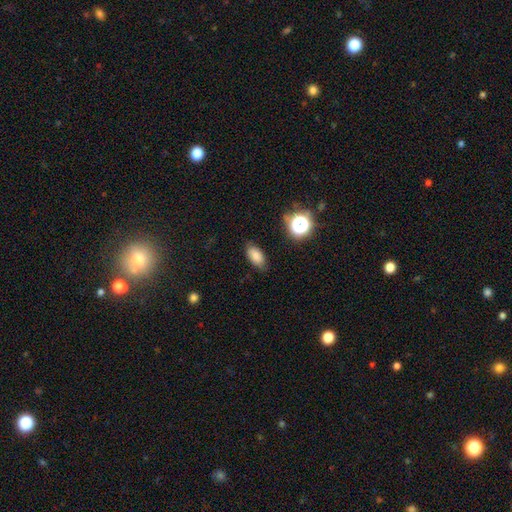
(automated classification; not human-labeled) This is clearly a smooth galaxy (81%). How rounded: clearly in between (90%). Merging: clearly none (80%).